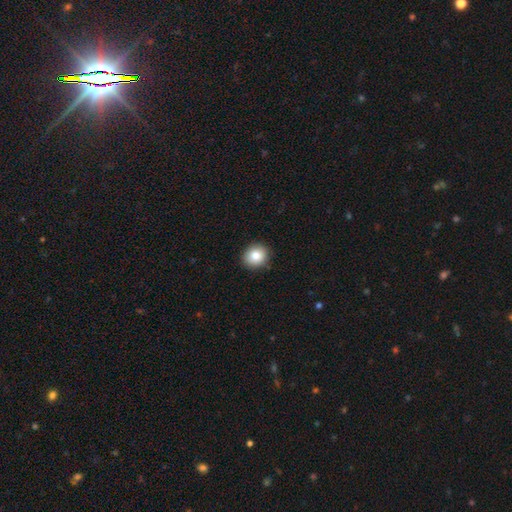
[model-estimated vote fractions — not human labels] Smooth or featured?
  - smooth: 83% *
  - star or artifact: 9%
  - featured or disk: 8%
How rounded?
  - round: 78% *
  - in between: 21%
  - cigar-shaped: 1%
Merging?
  - none: 90% *
  - minor disturbance: 7%
  - major disturbance: 2%
  - merger: 1%